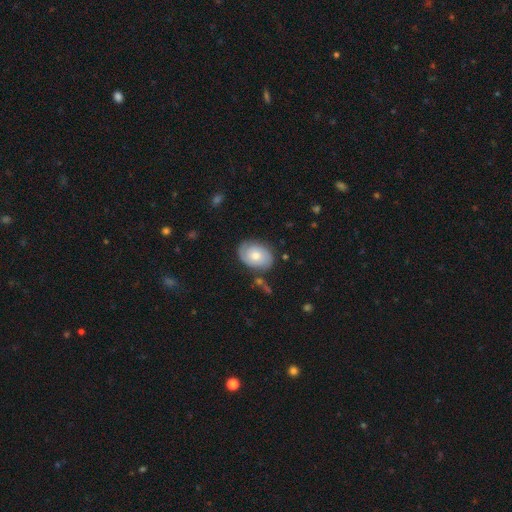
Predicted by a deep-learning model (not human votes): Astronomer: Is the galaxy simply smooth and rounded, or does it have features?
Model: featured or disk — 48% (runner-up: smooth, 45%).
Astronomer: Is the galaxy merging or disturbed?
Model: none — 75%.